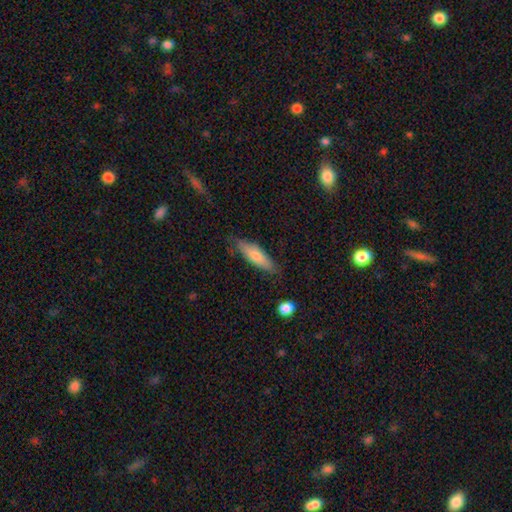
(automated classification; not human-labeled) This is likely a smooth galaxy (70%). How rounded: possibly cigar-shaped (59%). Merging: likely none (78%).